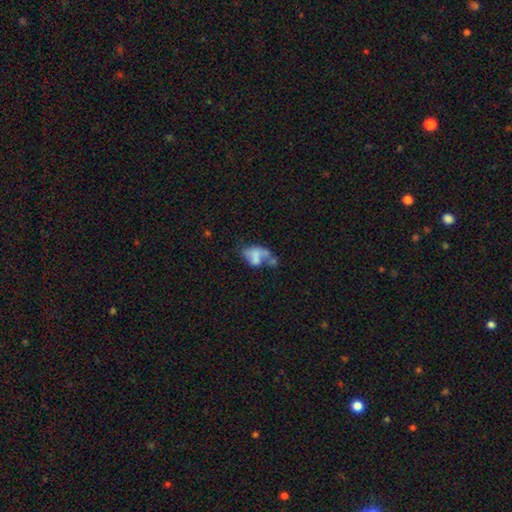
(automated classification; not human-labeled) Morphology: type=smooth (44%); merging=merger (34%).